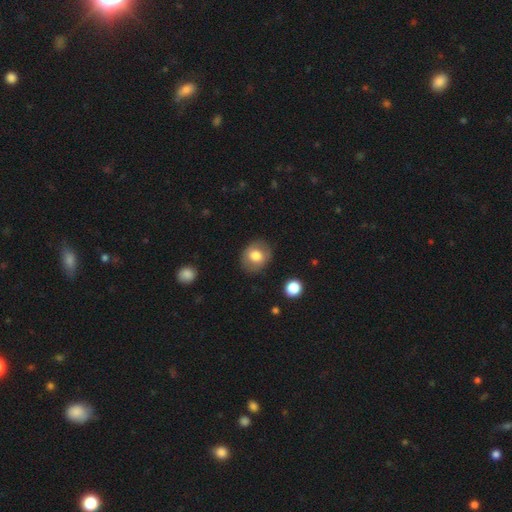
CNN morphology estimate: The model was most divided on "how rounded": round: 55%, in between: 44%, cigar-shaped: 1%. More confident: merging — none (83%); smooth or featured — smooth (70%).